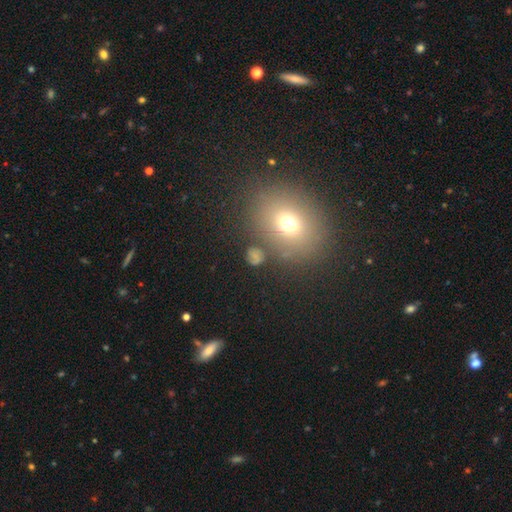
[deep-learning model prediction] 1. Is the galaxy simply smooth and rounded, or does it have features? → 63% smooth, 22% star or artifact, 15% featured or disk.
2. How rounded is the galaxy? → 55% round, 43% in between, 2% cigar-shaped.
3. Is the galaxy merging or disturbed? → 75% none, 12% minor disturbance, 8% merger, 6% major disturbance.